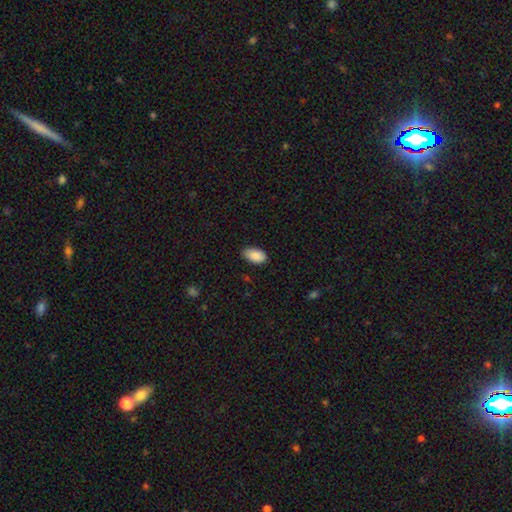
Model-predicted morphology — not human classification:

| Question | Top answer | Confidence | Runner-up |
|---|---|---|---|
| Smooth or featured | smooth | 89% | star or artifact (7%) |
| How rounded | in between | 94% | round (4%) |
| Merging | none | 81% | minor disturbance (16%) |